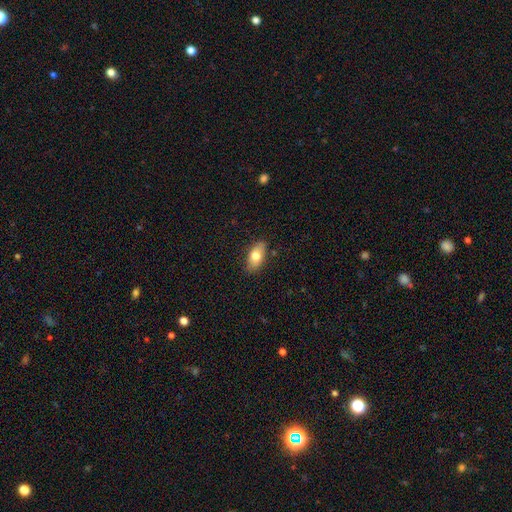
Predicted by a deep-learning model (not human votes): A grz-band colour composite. It shows a smooth galaxy with no disk features (74%) that is in between round and cigar-shaped (88%). Merging: none (84%).